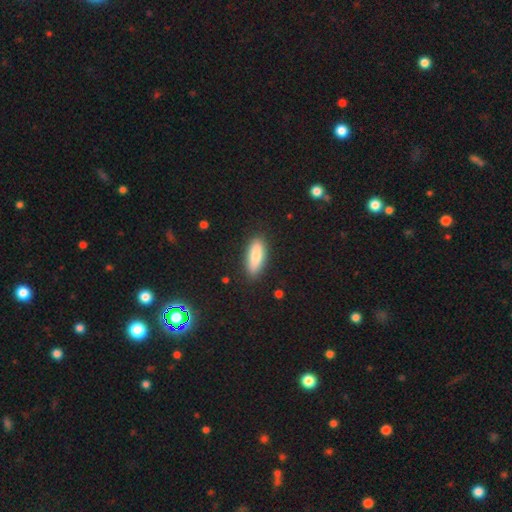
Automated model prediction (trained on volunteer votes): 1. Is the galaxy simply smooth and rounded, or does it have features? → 81% smooth, 13% featured or disk, 6% star or artifact.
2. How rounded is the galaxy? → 66% in between, 32% cigar-shaped, 2% round.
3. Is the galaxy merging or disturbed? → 87% none, 10% minor disturbance, 2% major disturbance, 1% merger.